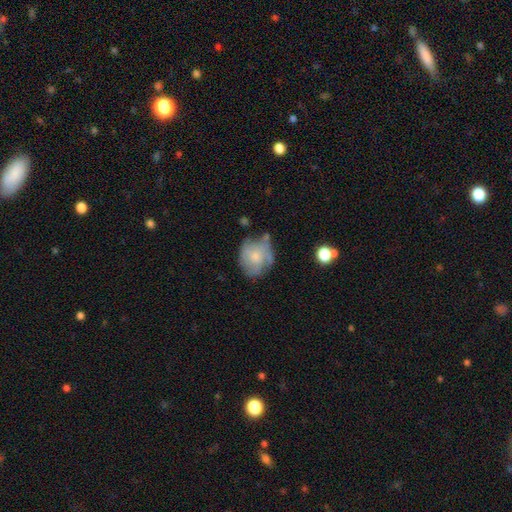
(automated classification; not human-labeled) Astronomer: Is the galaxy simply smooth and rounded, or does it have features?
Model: featured or disk — 52% (runner-up: smooth, 40%).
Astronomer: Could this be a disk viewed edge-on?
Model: no — 97%.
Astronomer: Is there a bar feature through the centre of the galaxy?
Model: no — 80%.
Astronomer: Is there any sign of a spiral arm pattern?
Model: yes — 70%.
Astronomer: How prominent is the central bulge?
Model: moderate — 44% (runner-up: small, 39%).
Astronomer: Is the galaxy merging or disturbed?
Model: none — 53% (runner-up: minor disturbance, 28%).